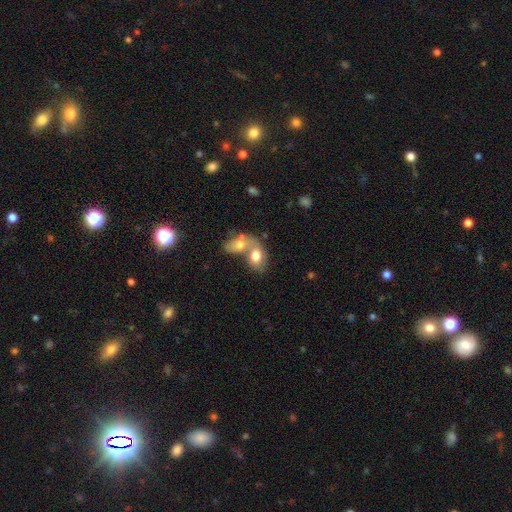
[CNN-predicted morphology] This appears to be a smooth galaxy with no disk features (70%) that is in between round and cigar-shaped (79%). Merging: merger (72%).